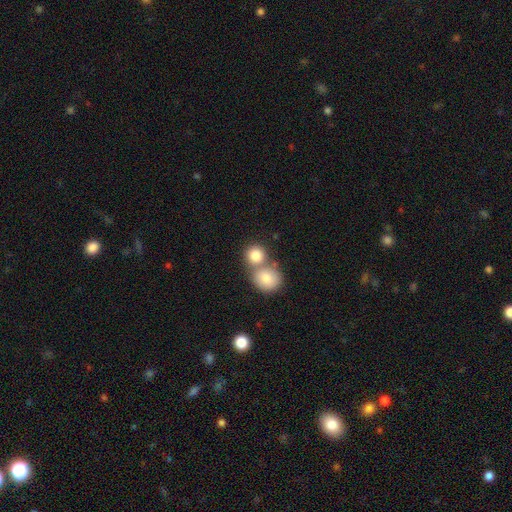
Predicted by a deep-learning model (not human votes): Smooth or featured?
  - smooth: 82% *
  - featured or disk: 9%
  - star or artifact: 9%
How rounded?
  - round: 84% *
  - in between: 15%
  - cigar-shaped: 1%
Merging?
  - merger: 49% *
  - none: 41%
  - minor disturbance: 7%
  - major disturbance: 3%